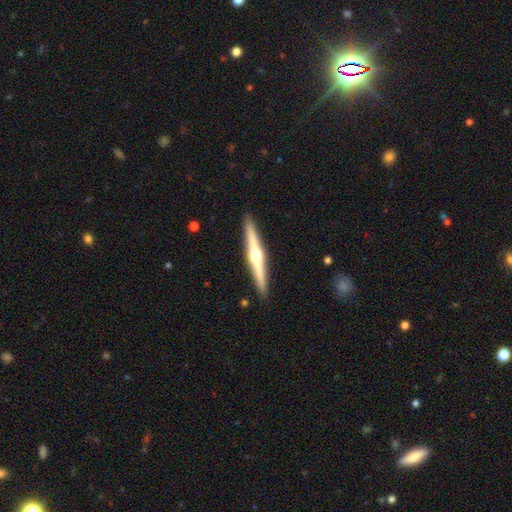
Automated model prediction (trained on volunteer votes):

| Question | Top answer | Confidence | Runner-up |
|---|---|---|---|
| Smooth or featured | featured or disk | 75% | smooth (20%) |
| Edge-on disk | yes | 98% | no (2%) |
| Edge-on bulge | rounded | 94% | none (3%) |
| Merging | none | 92% | minor disturbance (6%) |